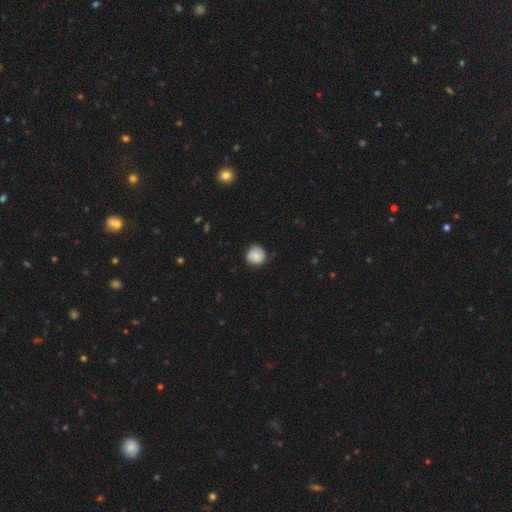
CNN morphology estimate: smooth 75%, featured or disk 18%, star or artifact 7%. Down the decision tree: how rounded — round (90%); merging — none (75%).